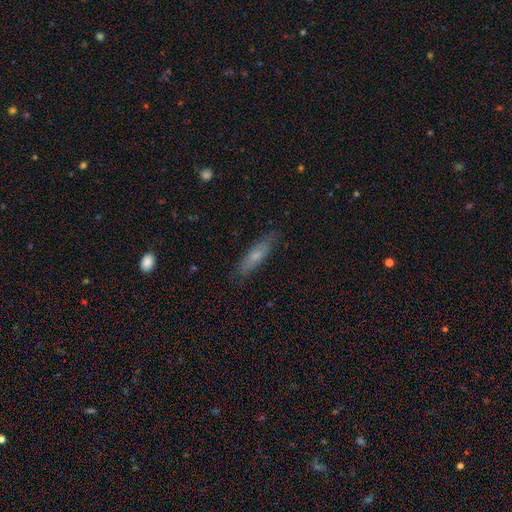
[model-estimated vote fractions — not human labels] A smooth galaxy with no disk features (63%) that is cigar-shaped (70%). Merging: none (83%).